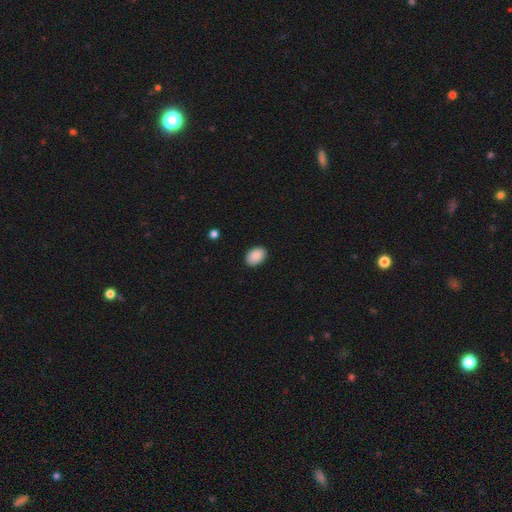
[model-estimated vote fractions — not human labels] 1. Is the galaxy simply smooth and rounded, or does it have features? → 89% smooth, 7% star or artifact, 4% featured or disk.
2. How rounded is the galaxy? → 88% in between, 11% round, 1% cigar-shaped.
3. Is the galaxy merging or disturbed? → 89% none, 8% minor disturbance, 2% major disturbance, 1% merger.